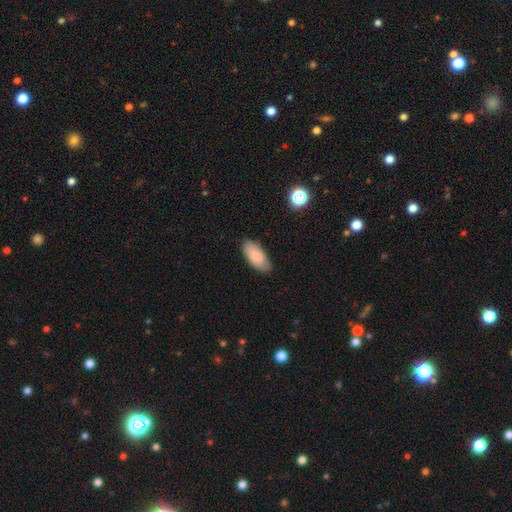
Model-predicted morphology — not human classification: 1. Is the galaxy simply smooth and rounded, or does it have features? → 83% smooth, 10% featured or disk, 7% star or artifact.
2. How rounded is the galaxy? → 90% in between, 8% cigar-shaped, 2% round.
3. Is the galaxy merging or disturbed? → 80% none, 16% minor disturbance, 3% major disturbance, 1% merger.